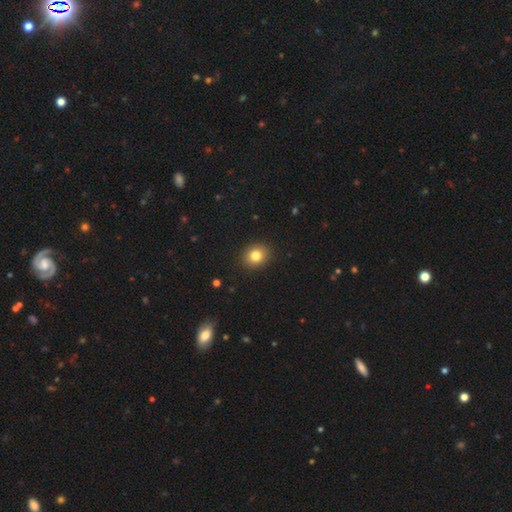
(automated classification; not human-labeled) Overall: smooth (81%). How rounded: round (65%; in between 35%). Merging: none (90%).